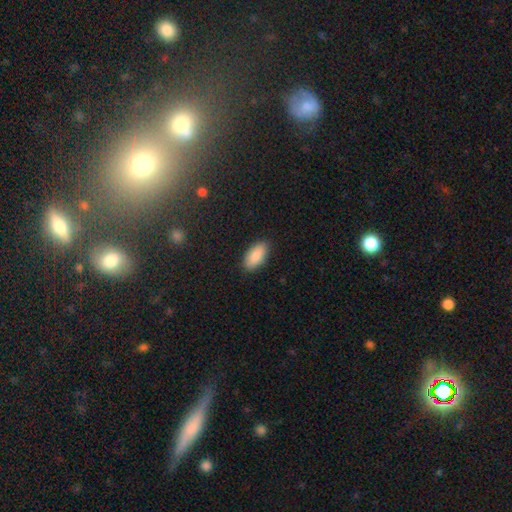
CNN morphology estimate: The model was most divided on "merging": none: 88%, minor disturbance: 9%, major disturbance: 2%, merger: 1%. More confident: how rounded — in between (92%); smooth or featured — smooth (90%).